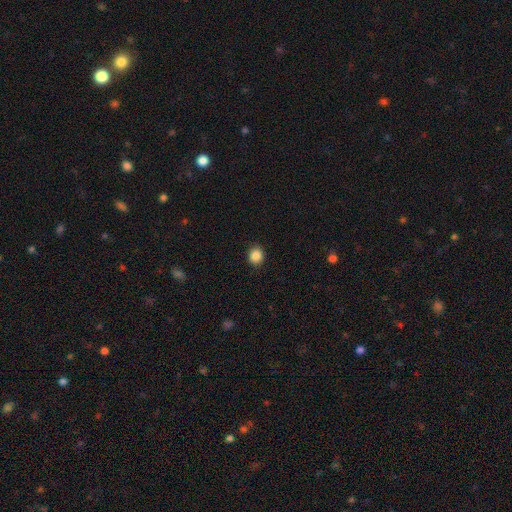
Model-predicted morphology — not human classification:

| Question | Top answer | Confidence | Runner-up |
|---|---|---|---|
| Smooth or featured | smooth | 87% | star or artifact (10%) |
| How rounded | round | 80% | in between (19%) |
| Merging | none | 90% | minor disturbance (7%) |